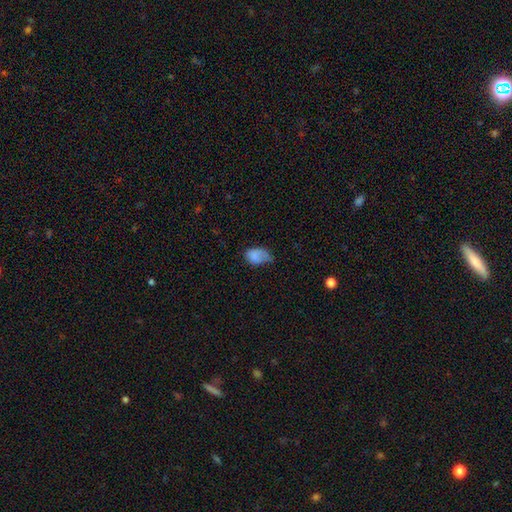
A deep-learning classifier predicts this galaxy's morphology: The model was most divided on "merging": minor disturbance: 43%, none: 30%, major disturbance: 23%, merger: 3%. More confident: how rounded — in between (83%); smooth or featured — smooth (80%).